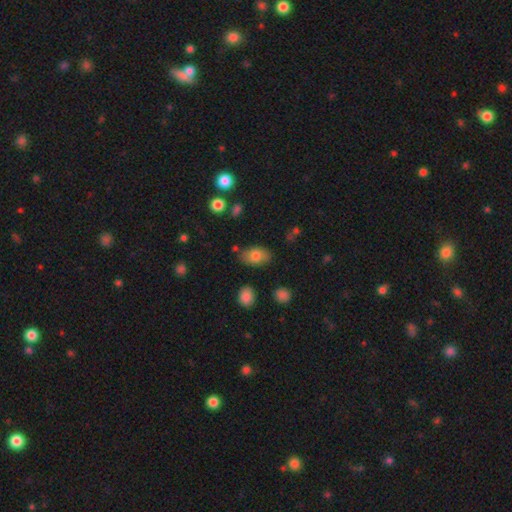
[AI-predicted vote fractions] This is likely a smooth galaxy (78%). How rounded: clearly in between (90%). Merging: likely none (78%).